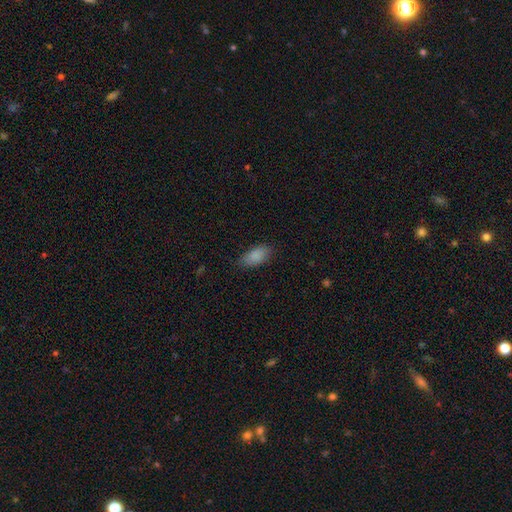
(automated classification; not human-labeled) smooth 88%, star or artifact 7%, featured or disk 5%. Down the decision tree: how rounded — in between (92%); merging — none (78%).